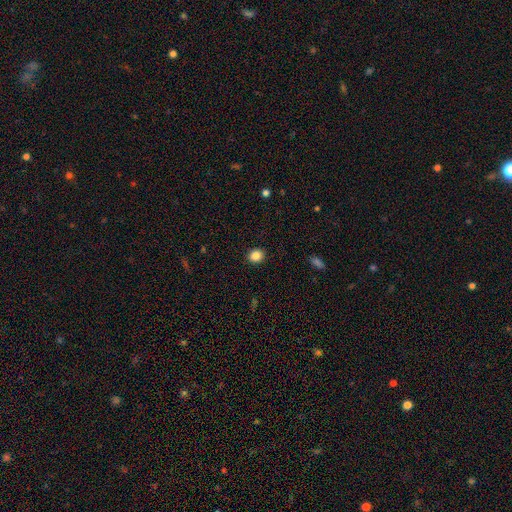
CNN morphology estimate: Smooth or featured? smooth (86%)
How rounded? round (72%)
Merging? none (91%)